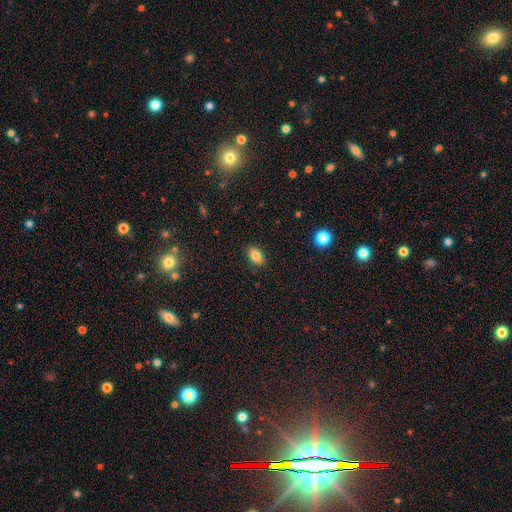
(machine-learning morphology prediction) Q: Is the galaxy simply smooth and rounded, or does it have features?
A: smooth — 83%.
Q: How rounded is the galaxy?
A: in between — 89%.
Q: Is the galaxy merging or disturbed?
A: none — 88%.